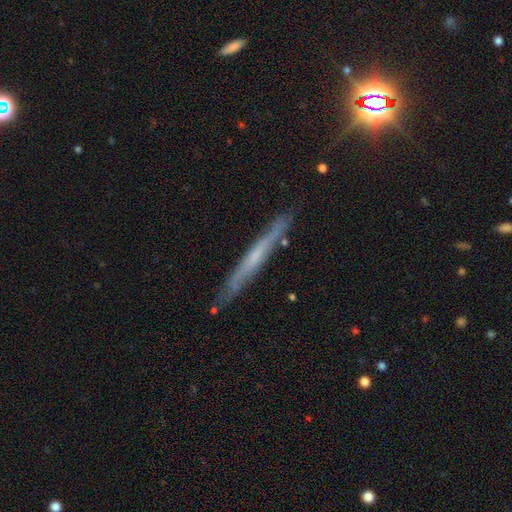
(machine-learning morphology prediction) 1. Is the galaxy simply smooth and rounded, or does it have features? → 59% featured or disk, 32% smooth, 9% star or artifact.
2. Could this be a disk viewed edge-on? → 94% yes, 6% no.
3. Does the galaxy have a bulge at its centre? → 69% none, 24% rounded, 7% boxy.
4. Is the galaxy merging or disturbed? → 85% none, 11% minor disturbance, 2% major disturbance, 2% merger.